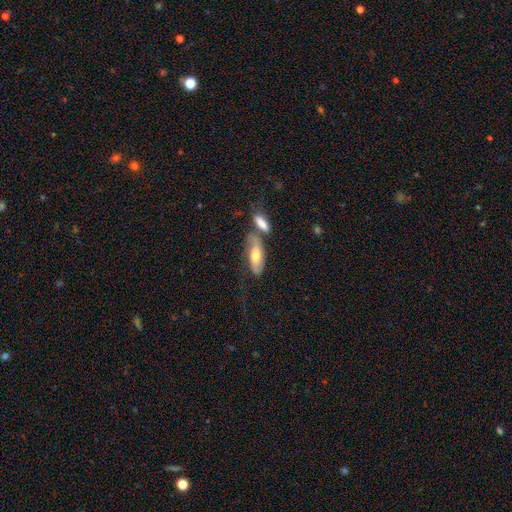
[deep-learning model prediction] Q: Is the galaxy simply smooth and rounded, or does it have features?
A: smooth — 58%.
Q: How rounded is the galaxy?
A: in between — 74%.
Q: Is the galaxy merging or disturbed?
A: none — 40%.